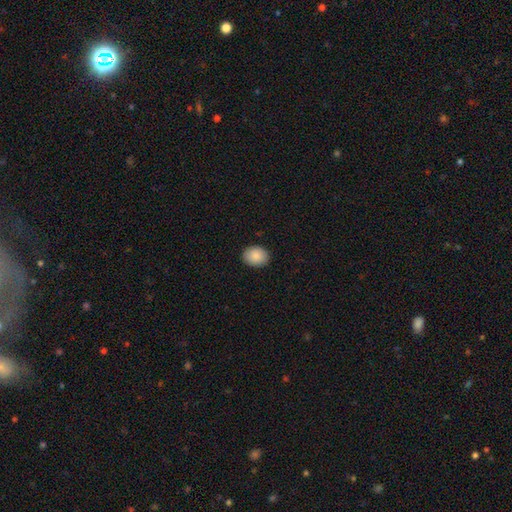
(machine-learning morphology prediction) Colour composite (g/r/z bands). It shows a smooth galaxy with no disk features (89%) that is in between round and cigar-shaped (50%). Merging: none (90%).